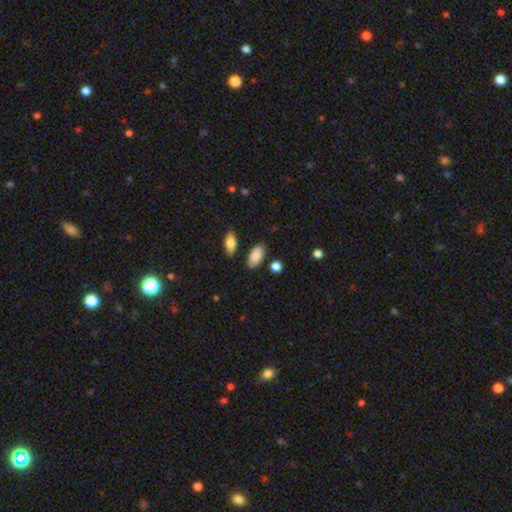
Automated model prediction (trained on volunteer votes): smooth-or-featured: smooth: 89% | star or artifact: 7% | featured or disk: 5%
  how-rounded: in between: 92% | cigar-shaped: 4% | round: 4%
  merging: none: 81% | minor disturbance: 12% | merger: 4% | major disturbance: 3%